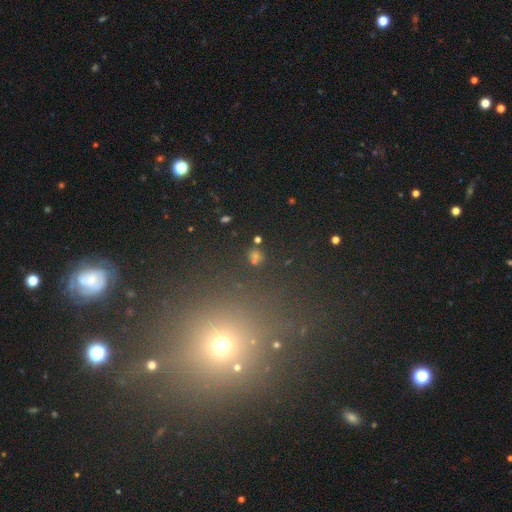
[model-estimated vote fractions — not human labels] Overall: smooth (48%; star or artifact 43%). Merging: none (83%).